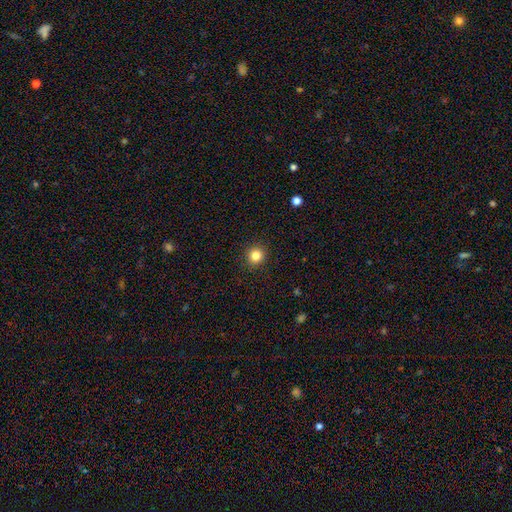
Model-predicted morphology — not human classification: The model was most divided on "smooth or featured": smooth: 83%, star or artifact: 12%, featured or disk: 5%. More confident: how rounded — round (92%); merging — none (92%).